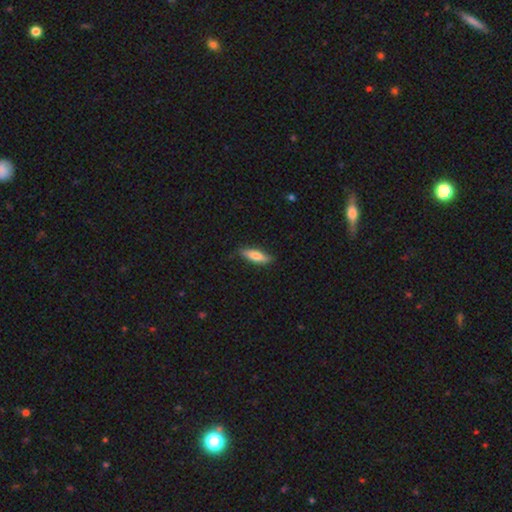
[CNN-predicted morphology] A smooth galaxy with no disk features (70%) that is cigar-shaped (59%). Merging: none (84%).